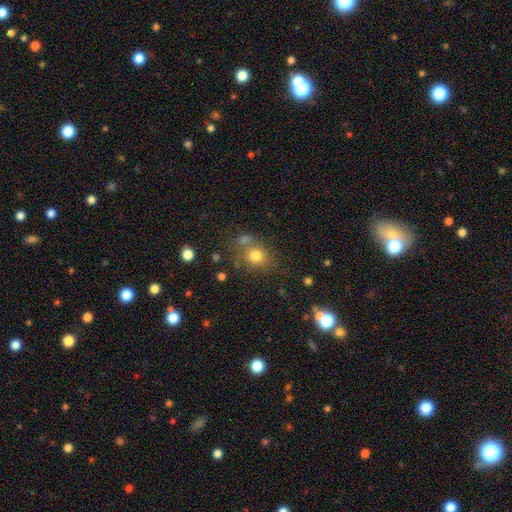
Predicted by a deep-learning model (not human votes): Q: Smooth or featured?
A: smooth (77%); runner-up: star or artifact (13%)
Q: How rounded?
A: round (78%); runner-up: in between (21%)
Q: Merging?
A: none (60%); runner-up: merger (21%)